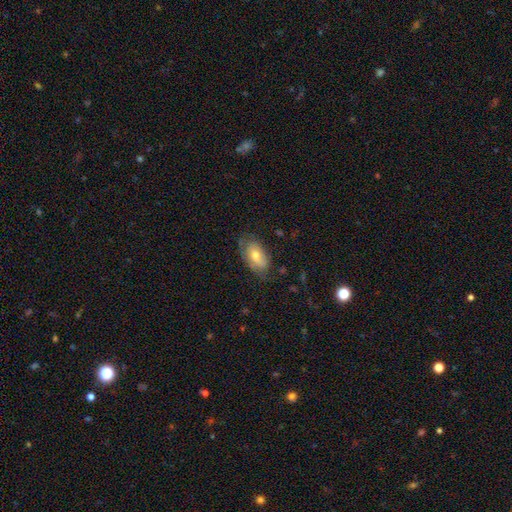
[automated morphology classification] Smooth or featured: smooth — 61% (featured or disk — 31%)
How rounded: in between — 92% (round — 5%)
Merging: none — 68% (minor disturbance — 25%)